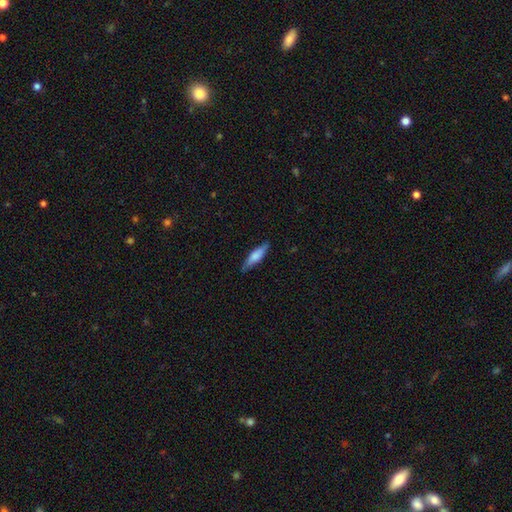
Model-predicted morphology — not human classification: Overall: smooth (65%; featured or disk 30%). How rounded: cigar-shaped (72%). Merging: none (85%).